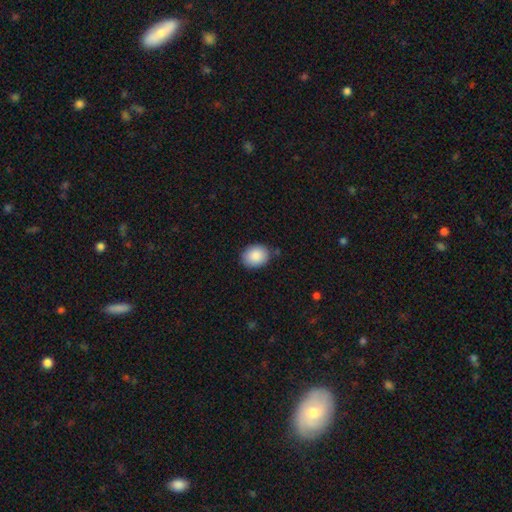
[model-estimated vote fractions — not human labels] The model was most divided on "how rounded": in between: 52%, round: 47%, cigar-shaped: 1%. More confident: smooth or featured — smooth (89%); merging — none (83%).